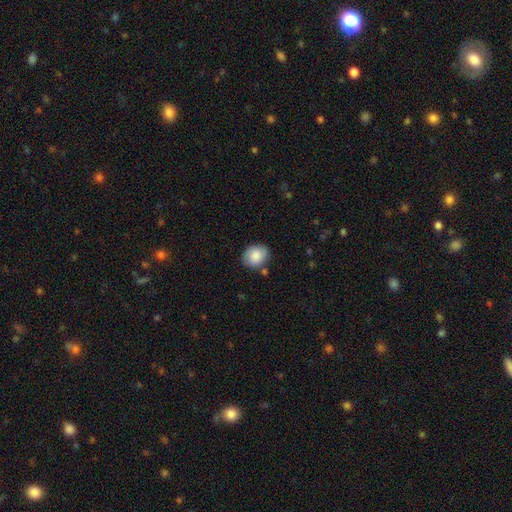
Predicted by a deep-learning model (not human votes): A smooth galaxy with no disk features (83%) that is round (60%). Merging: none (77%).